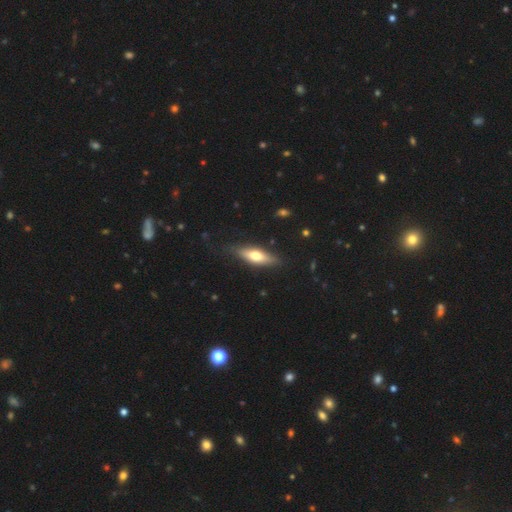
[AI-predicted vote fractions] Overall: smooth (56%; featured or disk 39%). How rounded: in between (49%, tied with cigar-shaped). Merging: none (81%).